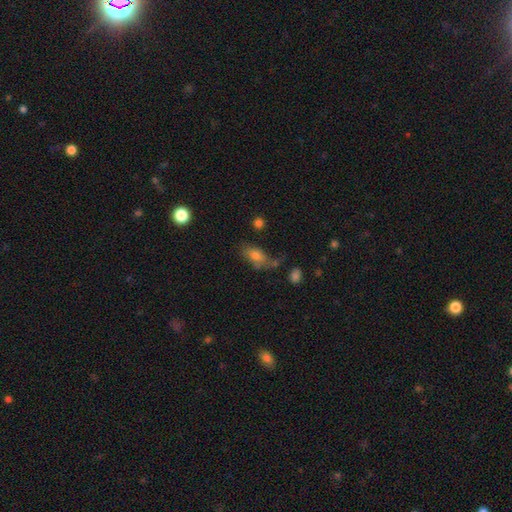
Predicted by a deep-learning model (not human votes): This is likely a smooth galaxy (71%). How rounded: clearly in between (85%). Merging: possibly none (46%).